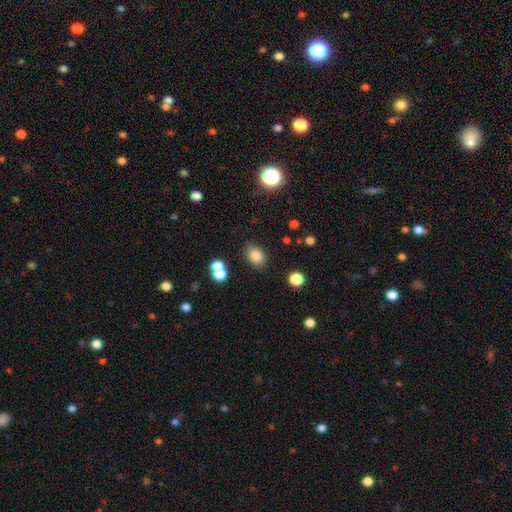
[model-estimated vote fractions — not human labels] This appears to be a smooth galaxy with no disk features (82%) that is in between round and cigar-shaped (74%). Merging: none (79%).